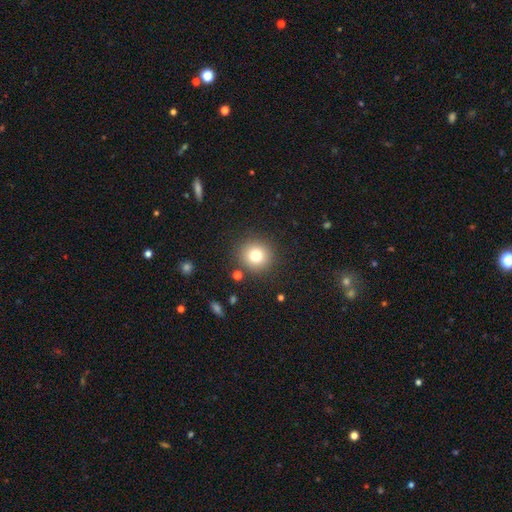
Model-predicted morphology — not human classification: A smooth galaxy with no disk features (78%) that is round (92%). Merging: none (88%).